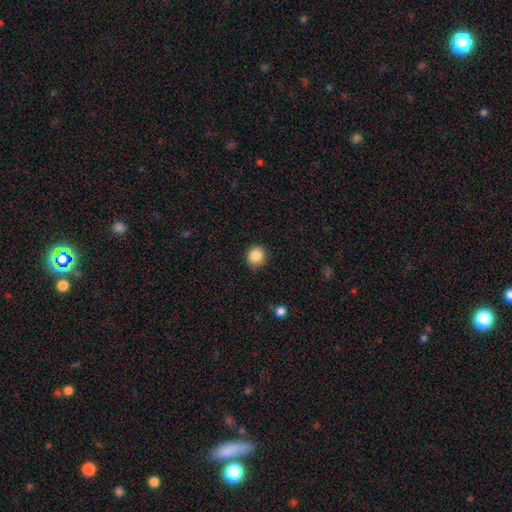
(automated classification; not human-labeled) Smooth or featured?
  - smooth: 86% *
  - star or artifact: 10%
  - featured or disk: 4%
How rounded?
  - round: 87% *
  - in between: 12%
  - cigar-shaped: 1%
Merging?
  - none: 86% *
  - minor disturbance: 11%
  - major disturbance: 2%
  - merger: 1%